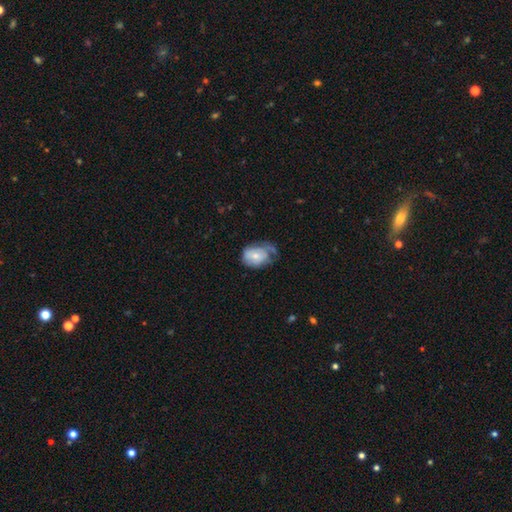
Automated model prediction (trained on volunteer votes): Smooth or featured: smooth — 50% (featured or disk — 43%)
How rounded: in between — 75% (round — 24%)
Merging: minor disturbance — 35% (major disturbance — 33%)